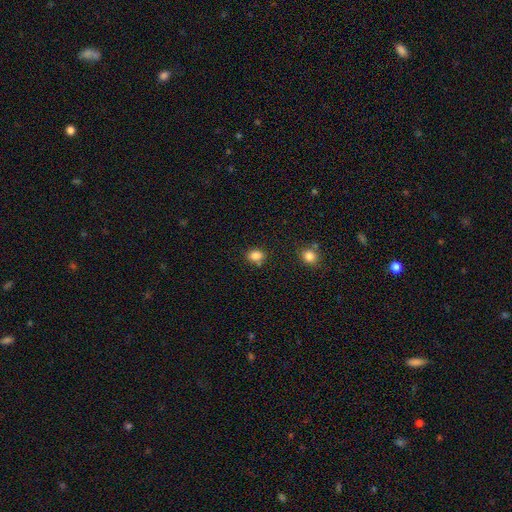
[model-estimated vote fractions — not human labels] Q: Smooth or featured?
A: smooth (84%); runner-up: star or artifact (11%)
Q: How rounded?
A: in between (54%); runner-up: round (45%)
Q: Merging?
A: none (68%); runner-up: minor disturbance (18%)